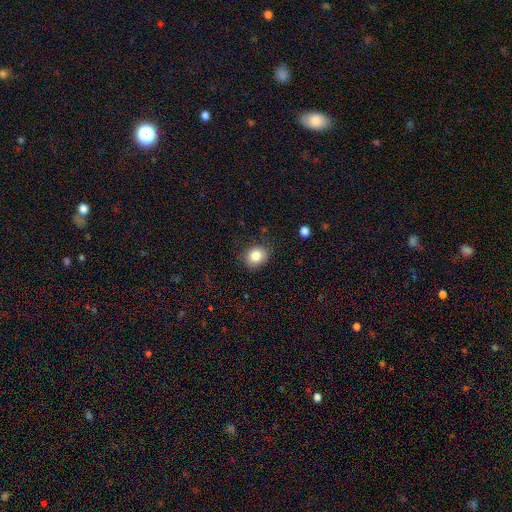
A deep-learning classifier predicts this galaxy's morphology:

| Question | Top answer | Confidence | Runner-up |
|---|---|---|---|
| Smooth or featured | smooth | 84% | star or artifact (10%) |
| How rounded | round | 63% | in between (37%) |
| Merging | none | 83% | minor disturbance (13%) |